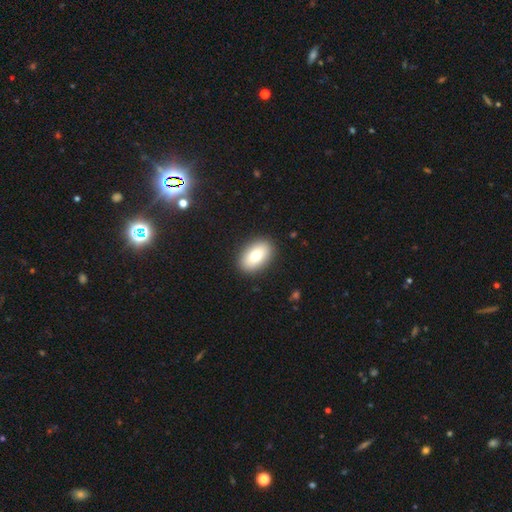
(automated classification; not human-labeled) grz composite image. It shows a smooth galaxy with no disk features (79%) that is in between round and cigar-shaped (91%). Merging: none (90%).